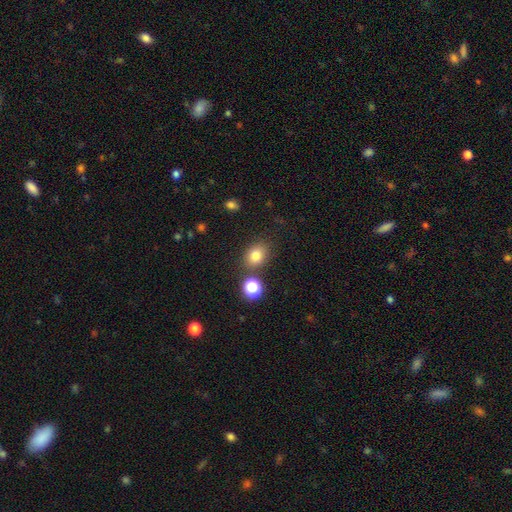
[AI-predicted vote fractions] smooth_or_featured: smooth (p=0.79) [alt: star or artifact p=0.14]
how_rounded: in between (p=0.51) [alt: round p=0.48]
merging: none (p=0.78) [alt: minor disturbance p=0.11]